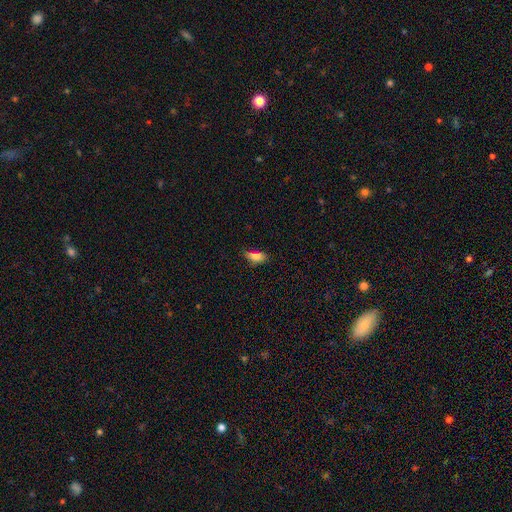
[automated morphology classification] A smooth galaxy with no disk features (81%) that is in between round and cigar-shaped (87%). Merging: none (66%).